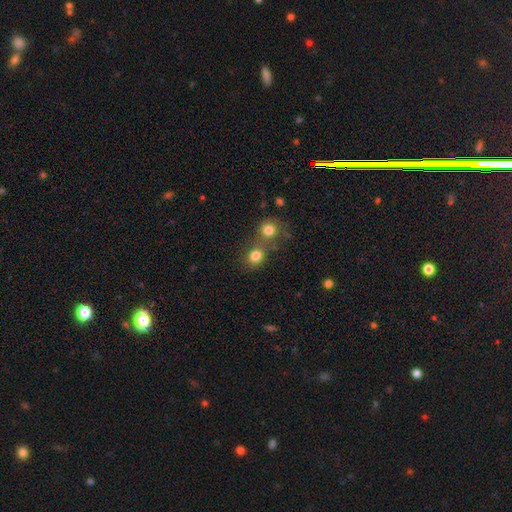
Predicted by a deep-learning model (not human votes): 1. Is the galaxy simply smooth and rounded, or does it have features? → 80% smooth, 13% star or artifact, 7% featured or disk.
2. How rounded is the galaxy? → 70% round, 29% in between, 1% cigar-shaped.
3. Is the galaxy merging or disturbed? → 52% none, 36% merger, 9% minor disturbance, 4% major disturbance.